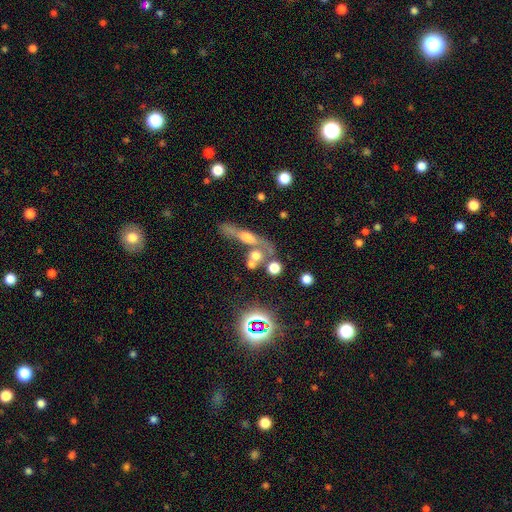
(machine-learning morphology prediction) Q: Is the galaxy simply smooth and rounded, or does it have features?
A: smooth — 49%.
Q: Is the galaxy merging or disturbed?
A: merger — 44%.